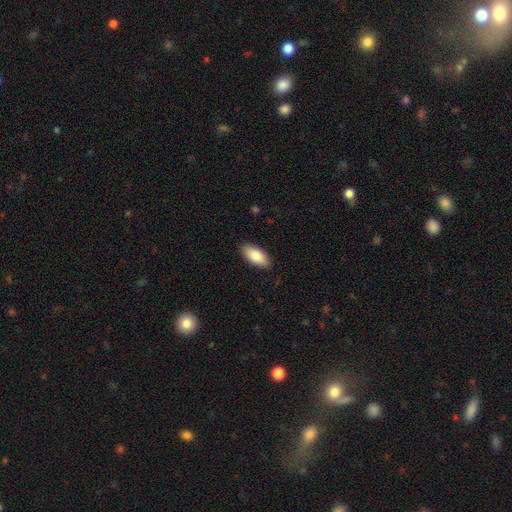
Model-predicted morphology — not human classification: The model was most divided on "smooth or featured": smooth: 85%, featured or disk: 9%, star or artifact: 6%. More confident: how rounded — in between (91%); merging — none (89%).